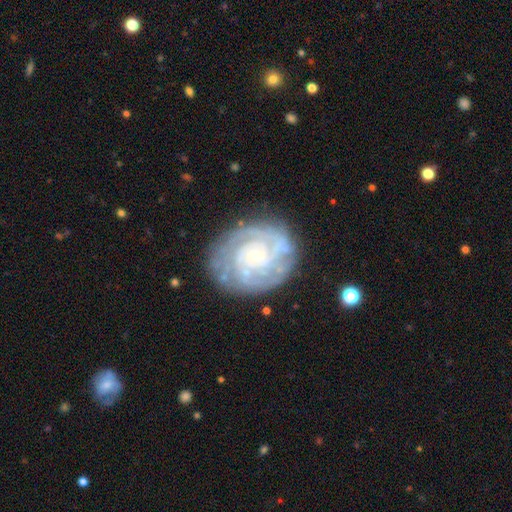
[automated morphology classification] A featured or disk galaxy (85%) with no bar (75%), tight (78%) spiral arms (96%) and a small central bulge (84%). Merging: none (76%).